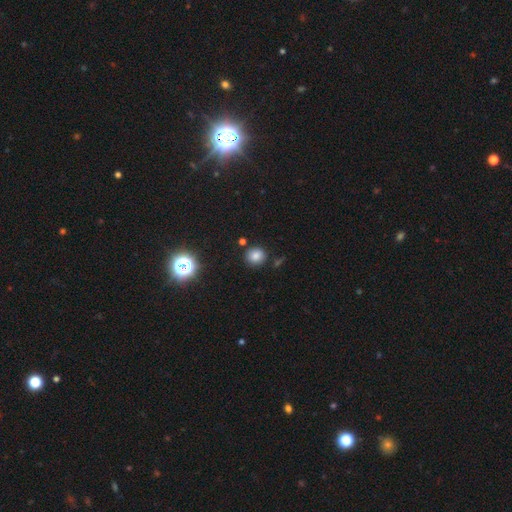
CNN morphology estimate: Smooth or featured?
  - smooth: 79% *
  - star or artifact: 15%
  - featured or disk: 6%
How rounded?
  - round: 85% *
  - in between: 14%
  - cigar-shaped: 1%
Merging?
  - none: 83% *
  - minor disturbance: 9%
  - merger: 5%
  - major disturbance: 3%